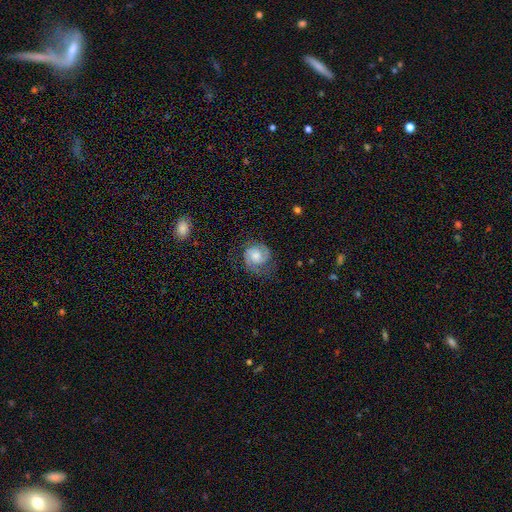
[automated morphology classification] A featured or disk galaxy (71%) with no bar (63%), 2 (82%) medium (43%, tied with tight) spiral arms (95%) and a moderate central bulge (49%).

Vote fractions:
- Smooth or featured? featured or disk: 71% / smooth: 21% / star or artifact: 8%
- Edge-on disk? no: 98% / yes: 2%
- Bar? no: 63% / weak: 32% / strong: 5%
- Spiral arms? yes: 95% / no: 5%
- Spiral winding? medium: 43% (tied) / tight: 43% (tied) / loose: 13%
- Spiral arm count? 2: 82% / can't tell: 7% / 1: 6% / 3: 2% / 4: 1% / more than 4: 1%
- Bulge size? moderate: 49% / small: 30% / large: 12% / none: 8% / dominant: 2%
- Merging? none: 68% / minor disturbance: 20% / major disturbance: 11% / merger: 1%